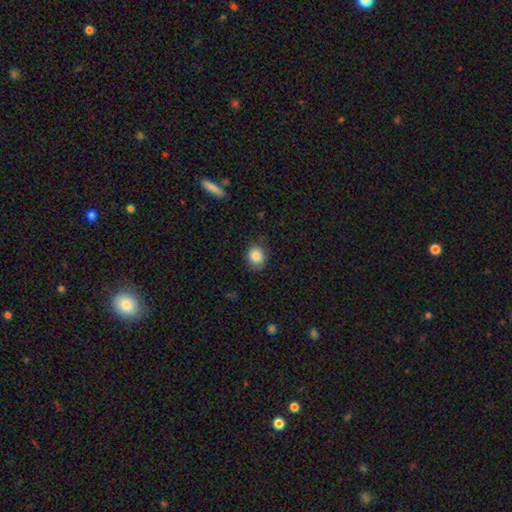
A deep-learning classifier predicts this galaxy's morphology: Smooth or featured? smooth (85%)
How rounded? round (66%)
Merging? none (81%)